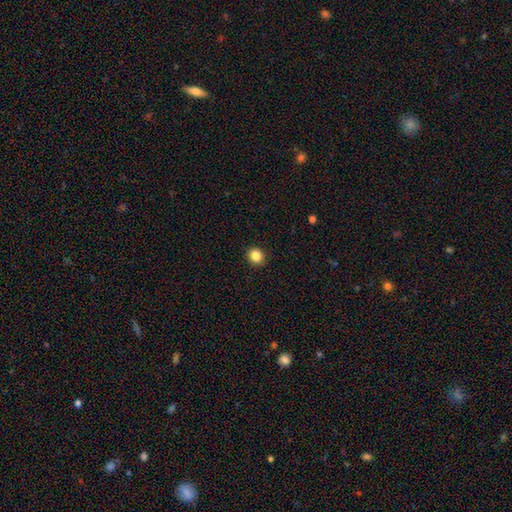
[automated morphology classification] Overall: smooth (86%). How rounded: round (84%). Merging: none (92%).